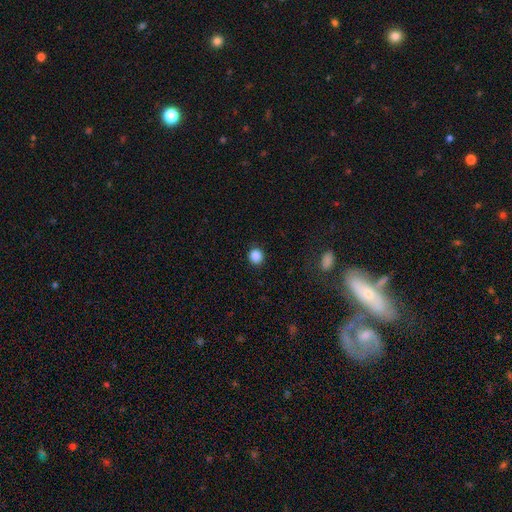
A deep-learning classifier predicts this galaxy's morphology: smooth_or_featured: smooth (p=0.86) [alt: star or artifact p=0.11]
how_rounded: round (p=0.88) [alt: in between p=0.11]
merging: none (p=0.91) [alt: minor disturbance p=0.06]